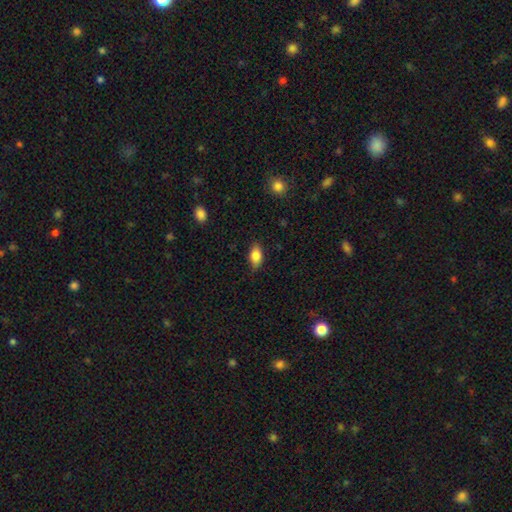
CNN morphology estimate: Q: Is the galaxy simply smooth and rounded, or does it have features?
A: smooth — 82%.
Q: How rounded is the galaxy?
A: in between — 88%.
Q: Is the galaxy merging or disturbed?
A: none — 80%.